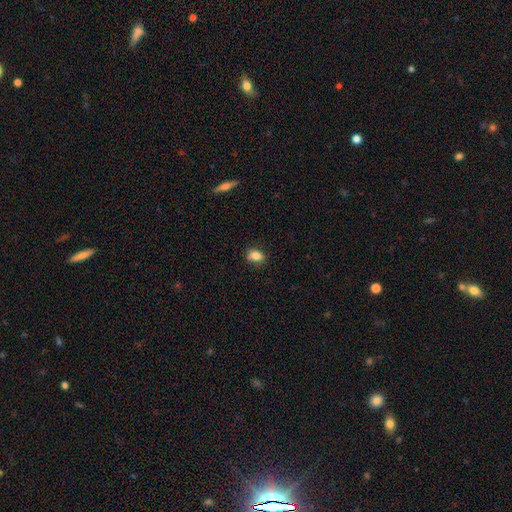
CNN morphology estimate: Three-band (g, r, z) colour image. It shows a smooth galaxy with no disk features (83%) that is in between round and cigar-shaped (71%). Merging: none (77%).